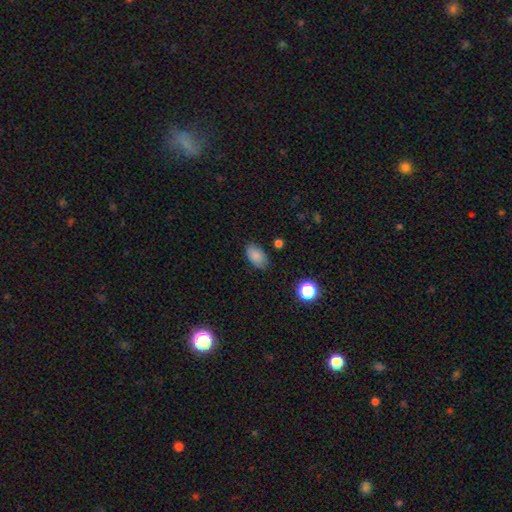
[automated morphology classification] Overall: smooth (85%). How rounded: in between (90%). Merging: none (77%).